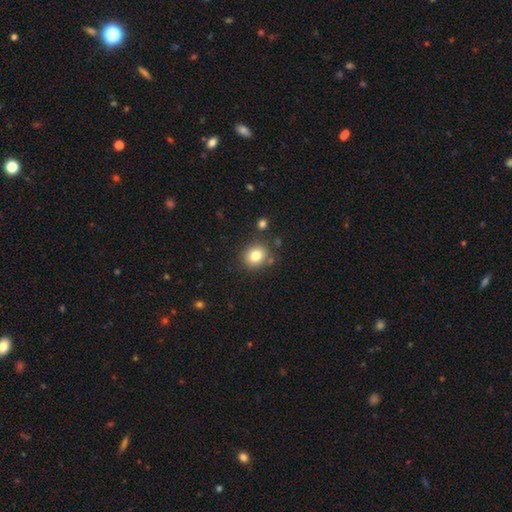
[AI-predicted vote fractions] The model was most divided on "how rounded": round: 78%, in between: 21%, cigar-shaped: 1%. More confident: merging — none (83%); smooth or featured — smooth (80%).